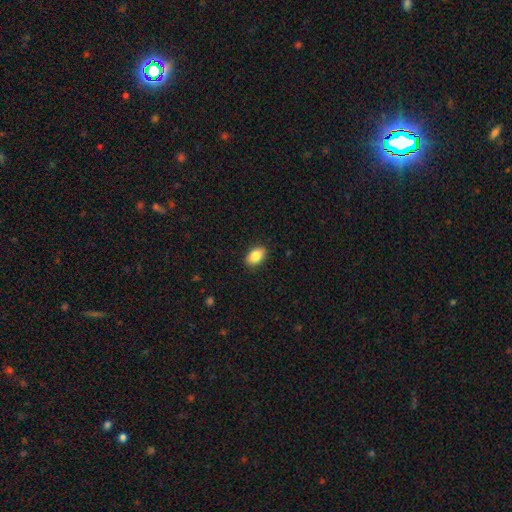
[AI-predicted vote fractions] Smooth or featured?
  - smooth: 87% *
  - star or artifact: 8%
  - featured or disk: 6%
How rounded?
  - in between: 88% *
  - round: 10%
  - cigar-shaped: 1%
Merging?
  - none: 89% *
  - minor disturbance: 8%
  - major disturbance: 2%
  - merger: 1%